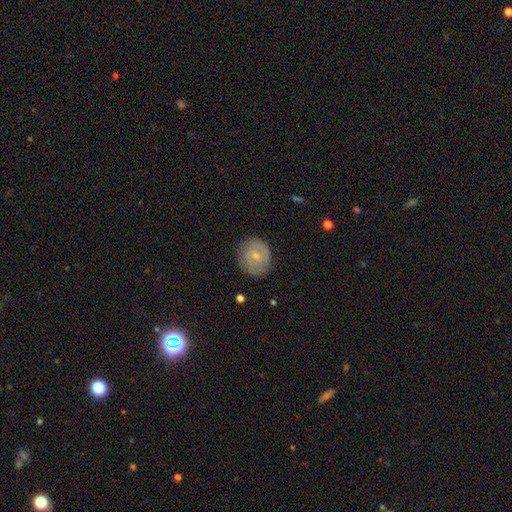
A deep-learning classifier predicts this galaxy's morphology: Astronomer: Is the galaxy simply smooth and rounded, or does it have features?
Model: featured or disk — 65%.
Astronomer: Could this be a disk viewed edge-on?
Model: no — 97%.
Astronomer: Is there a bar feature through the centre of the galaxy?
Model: no — 49% (runner-up: weak, 43%).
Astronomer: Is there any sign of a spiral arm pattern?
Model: yes — 85%.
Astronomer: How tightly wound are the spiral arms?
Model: tight — 56% (runner-up: medium, 34%).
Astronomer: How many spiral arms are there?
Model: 2 — 57%.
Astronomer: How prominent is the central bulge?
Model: small — 73%.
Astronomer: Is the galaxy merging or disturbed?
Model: none — 82%.